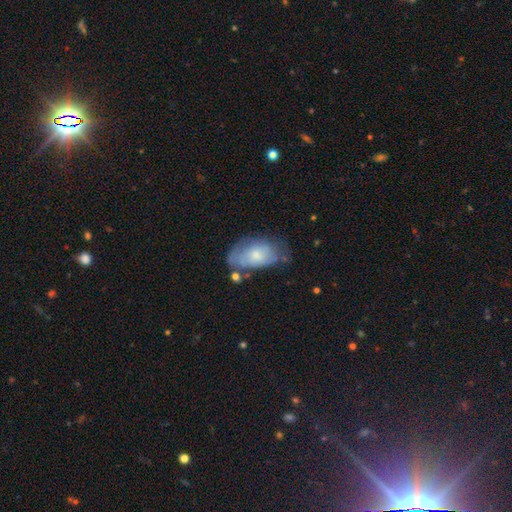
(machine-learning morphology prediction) Overall: smooth (56%; featured or disk 37%). How rounded: in between (92%). Merging: none (47%; minor disturbance 33%).